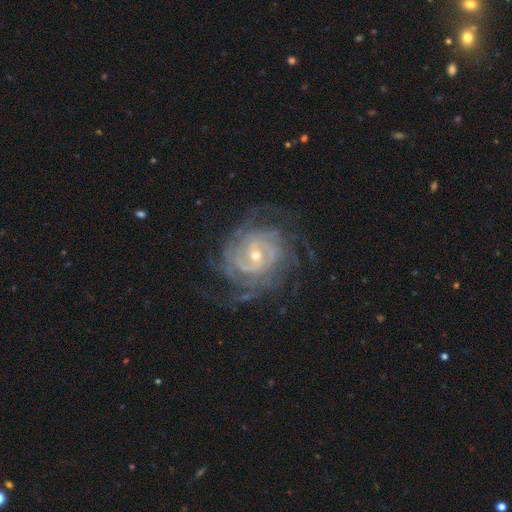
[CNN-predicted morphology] smooth-or-featured: featured or disk: 88% | smooth: 6% | star or artifact: 6%
  disk-edge-on: no: 97% | yes: 3%
    bar: no: 52% | weak: 36% | strong: 12%
    has-spiral-arms: yes: 95% | no: 5%
      spiral-winding: tight: 69% | medium: 24% | loose: 6%
      spiral-arm-count: can't tell: 37% | 2: 22% | 3: 13% | 4: 13% | more than 4: 9% | 1: 6%
    bulge-size: small: 61% | moderate: 36% | large: 2% | none: 1% | dominant: 1%
  merging: none: 69% | minor disturbance: 17% | major disturbance: 13% | merger: 1%